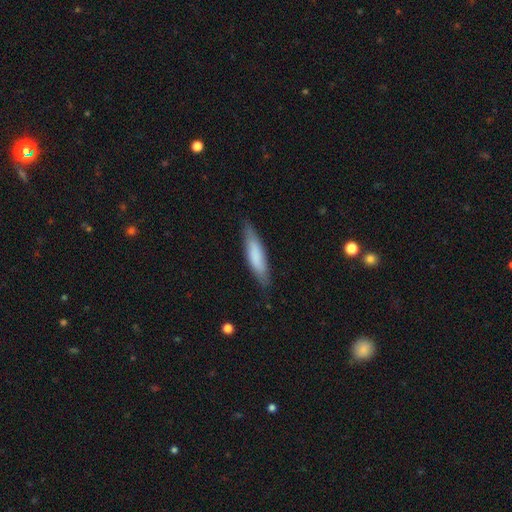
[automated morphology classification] Smooth or featured?
  - smooth: 74% *
  - featured or disk: 20%
  - star or artifact: 5%
How rounded?
  - cigar-shaped: 78% *
  - in between: 21%
  - round: 1%
Merging?
  - none: 82% *
  - minor disturbance: 15%
  - major disturbance: 3%
  - merger: 1%